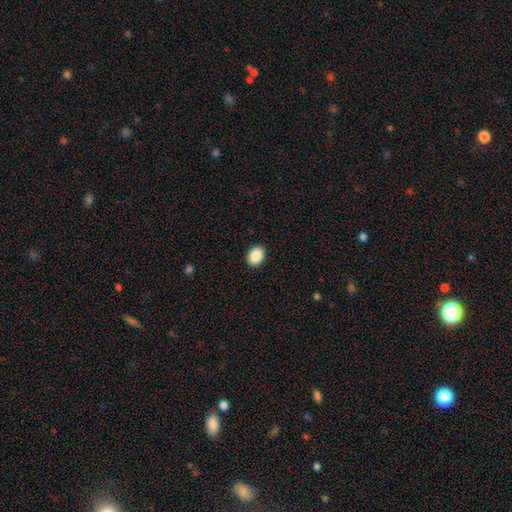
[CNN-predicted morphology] Q: Smooth or featured?
A: smooth (88%); runner-up: star or artifact (8%)
Q: How rounded?
A: in between (67%); runner-up: round (32%)
Q: Merging?
A: none (91%); runner-up: minor disturbance (7%)